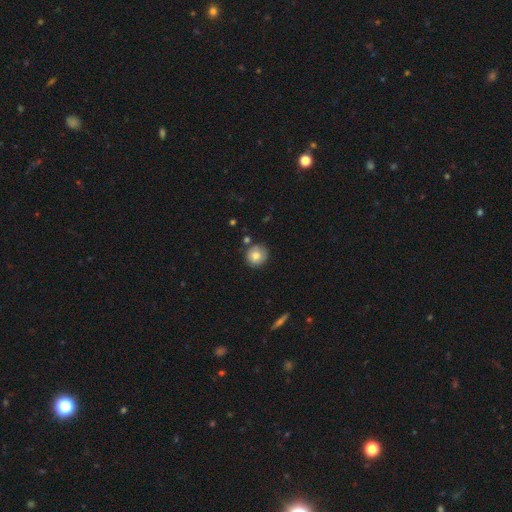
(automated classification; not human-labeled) Overall: smooth (80%). How rounded: round (91%). Merging: none (78%).